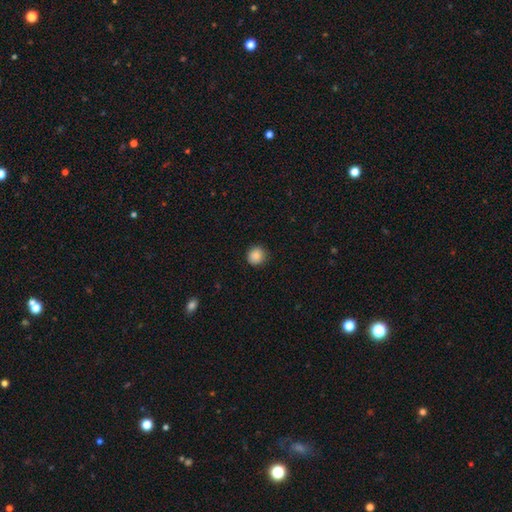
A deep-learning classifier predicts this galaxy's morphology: Q: Smooth or featured?
A: smooth (88%); runner-up: star or artifact (9%)
Q: How rounded?
A: round (91%); runner-up: in between (8%)
Q: Merging?
A: none (89%); runner-up: minor disturbance (8%)